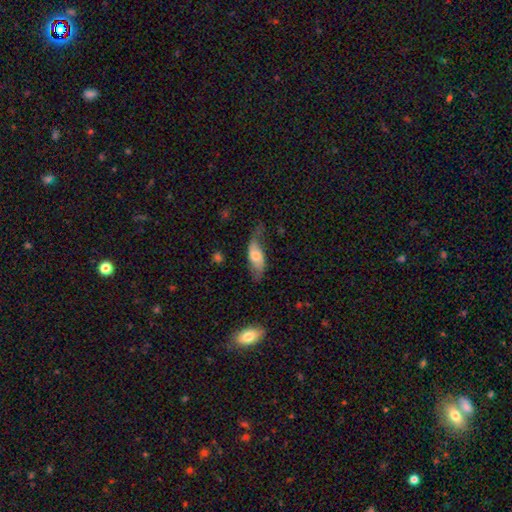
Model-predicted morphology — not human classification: Smooth or featured: smooth — 49% (featured or disk — 44%)
Merging: none — 49% (minor disturbance — 31%)